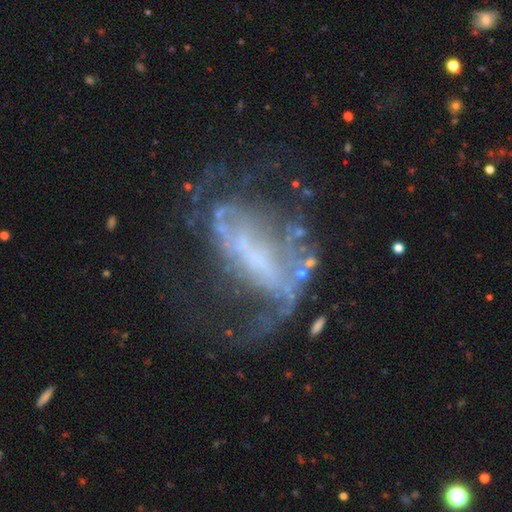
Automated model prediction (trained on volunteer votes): Smooth or featured?
  - featured or disk: 79% *
  - star or artifact: 11%
  - smooth: 11%
Edge-on disk?
  - no: 94% *
  - yes: 6%
Bar?
  - strong: 36% *
  - no: 33%
  - weak: 31%
Spiral arms?
  - yes: 73% *
  - no: 27%
Spiral winding?
  - loose: 53% *
  - medium: 32%
  - tight: 15%
Spiral arm count?
  - 2: 52% *
  - can't tell: 20%
  - 1: 18%
  - 3: 4%
  - 4: 3%
  - more than 4: 2%
Bulge size?
  - none: 45% *
  - small: 30%
  - moderate: 16%
  - large: 6%
  - dominant: 2%
Merging?
  - major disturbance: 41% *
  - none: 37%
  - minor disturbance: 15%
  - merger: 6%